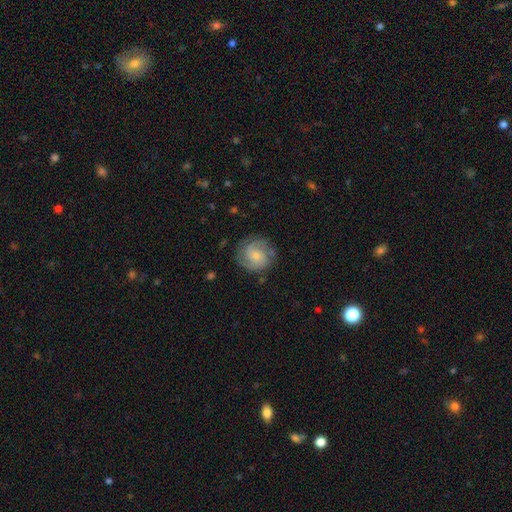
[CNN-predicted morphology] This appears to be a featured or disk galaxy (68%) with no bar (66%), 2 (57%) tight (47%) spiral arms (93%) and a small central bulge (62%). Merging: none (75%).